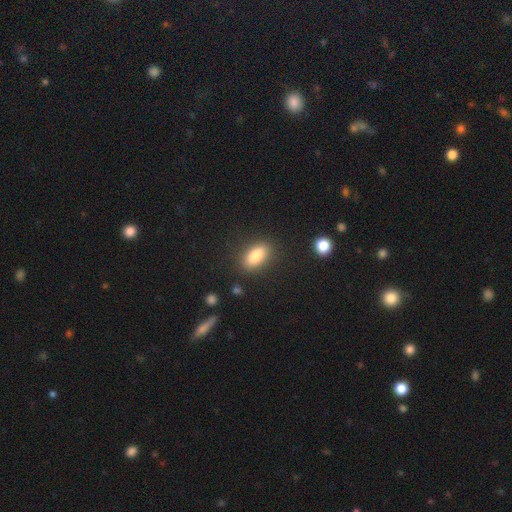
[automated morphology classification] Smooth or featured: smooth — 82% (featured or disk — 11%)
How rounded: in between — 83% (cigar-shaped — 12%)
Merging: none — 85% (minor disturbance — 10%)